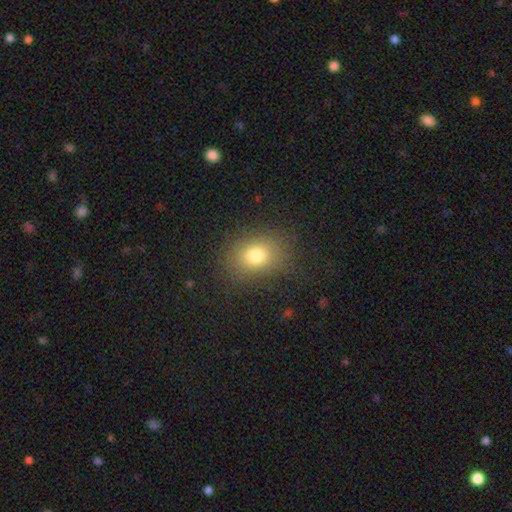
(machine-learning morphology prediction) smooth_or_featured: smooth (p=0.77) [alt: star or artifact p=0.13]
how_rounded: in between (p=0.56) [alt: round p=0.43]
merging: none (p=0.82) [alt: minor disturbance p=0.11]